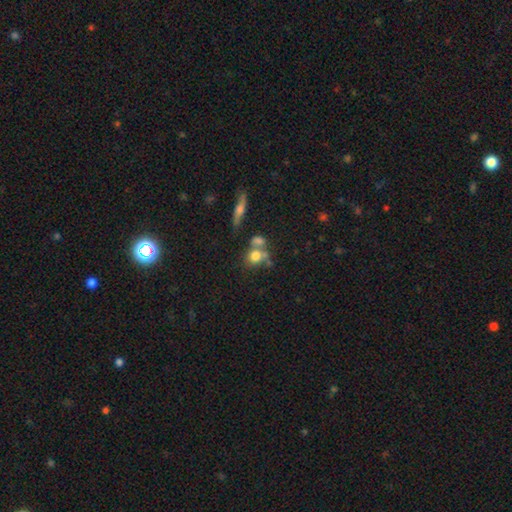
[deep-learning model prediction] This appears to be a smooth galaxy with no disk features (72%) that is round (66%). Merging: merger (41%).